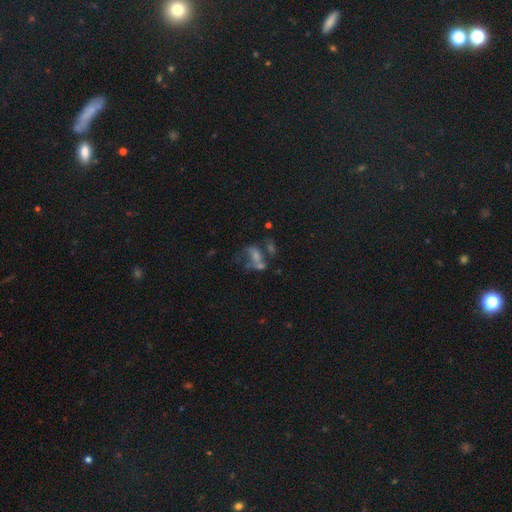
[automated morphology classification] smooth-or-featured: featured or disk: 45% | smooth: 29% | star or artifact: 26%
  merging: merger: 31% (tied) | major disturbance: 31% (tied) | none: 25% | minor disturbance: 13%